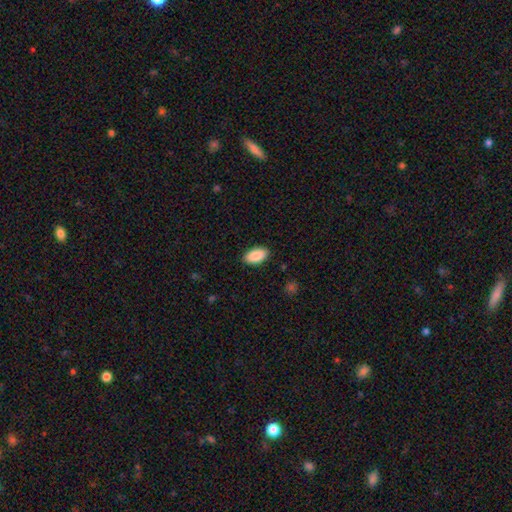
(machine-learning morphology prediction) Smooth or featured? Predicted: smooth (p=0.89). How rounded? Predicted: in between (p=0.95). Merging? Predicted: none (p=0.89).